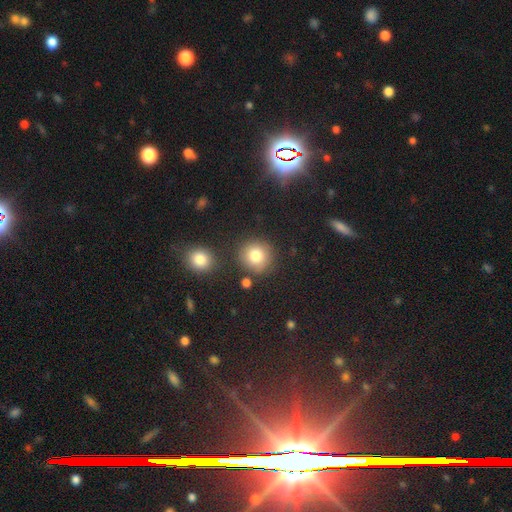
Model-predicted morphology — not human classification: type=smooth (80%); roundness=round (90%); merging=none (81%).